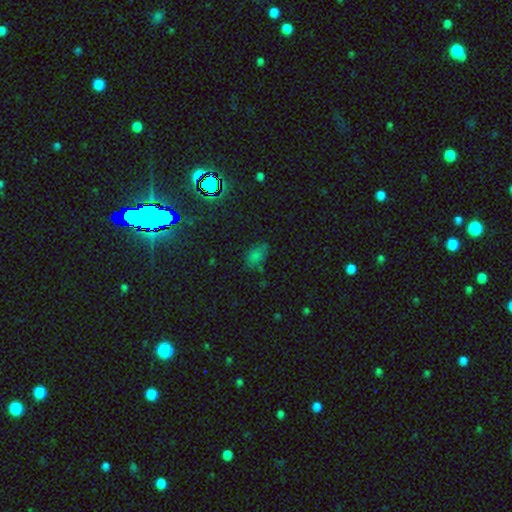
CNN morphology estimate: A smooth galaxy with no disk features (66%) that is in between round and cigar-shaped (85%).

Vote fractions:
- Smooth or featured? smooth: 66% / star or artifact: 25% / featured or disk: 9%
- How rounded? in between: 85% / round: 13% / cigar-shaped: 3%
- Merging? none: 66% / minor disturbance: 22% / major disturbance: 8% / merger: 5%